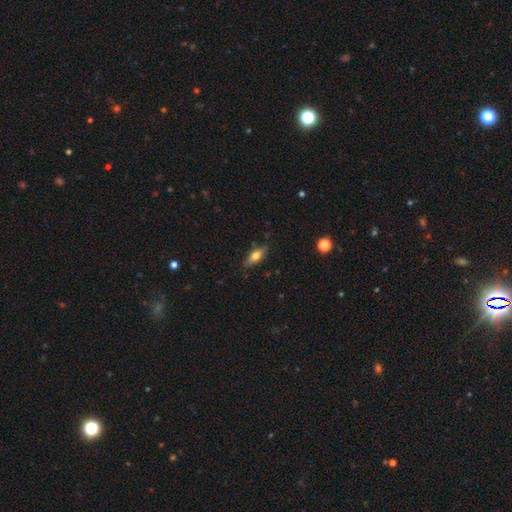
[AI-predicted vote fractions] Q: Smooth or featured?
A: smooth (69%); runner-up: featured or disk (24%)
Q: How rounded?
A: in between (71%); runner-up: cigar-shaped (26%)
Q: Merging?
A: none (81%); runner-up: minor disturbance (14%)